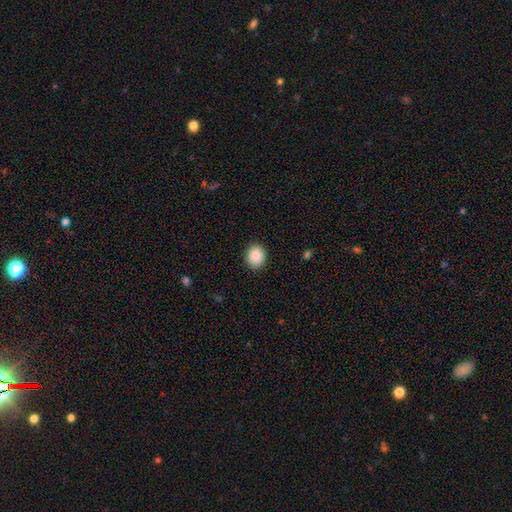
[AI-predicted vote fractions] Morphology: type=smooth (88%); roundness=round (62%); merging=none (90%).